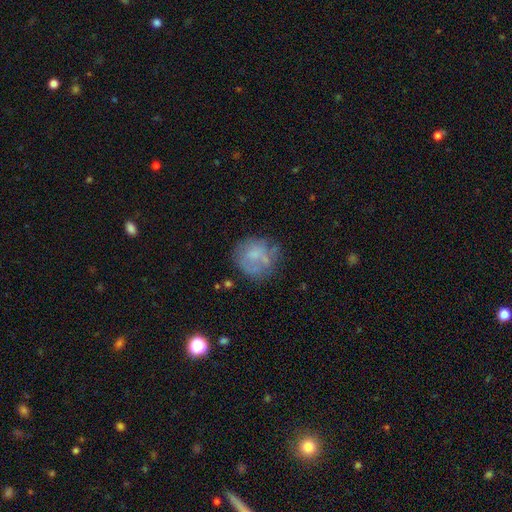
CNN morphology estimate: A smooth galaxy with no disk features (52%) that is round (85%). Merging: none (56%).